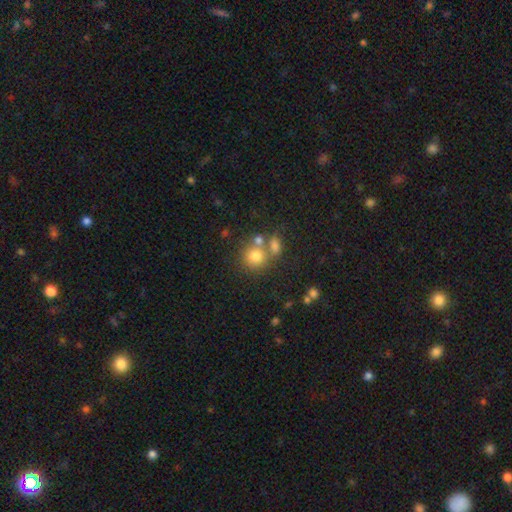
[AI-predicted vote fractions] Smooth or featured? Predicted: smooth (p=0.74). How rounded? Predicted: round (p=0.82). Merging? Predicted: none (p=0.53).